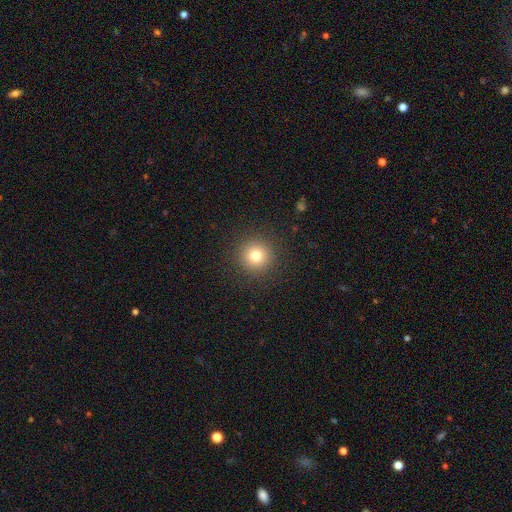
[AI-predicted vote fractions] A smooth galaxy with no disk features (78%) that is round (96%). Merging: none (92%).